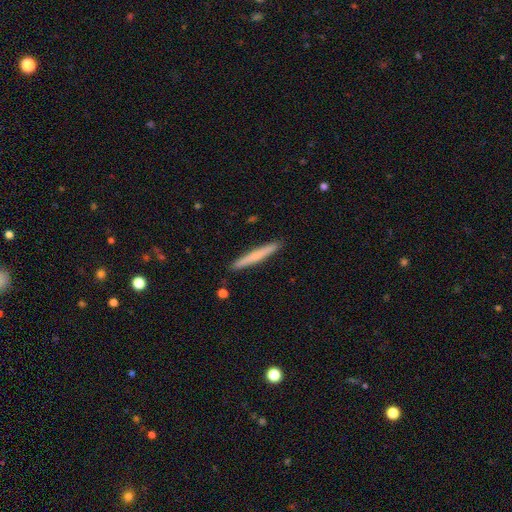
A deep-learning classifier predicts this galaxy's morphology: smooth_or_featured: smooth (p=0.64) [alt: featured or disk p=0.30]
how_rounded: cigar-shaped (p=0.97) [alt: in between p=0.02]
merging: none (p=0.92) [alt: minor disturbance p=0.06]